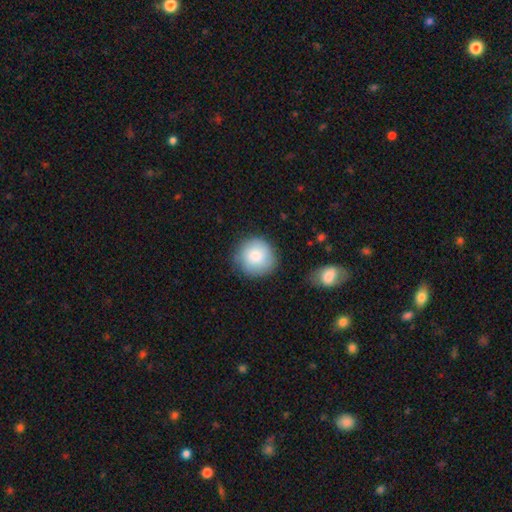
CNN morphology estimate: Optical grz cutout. It shows a smooth galaxy with no disk features (81%) that is round (92%). Merging: none (82%).